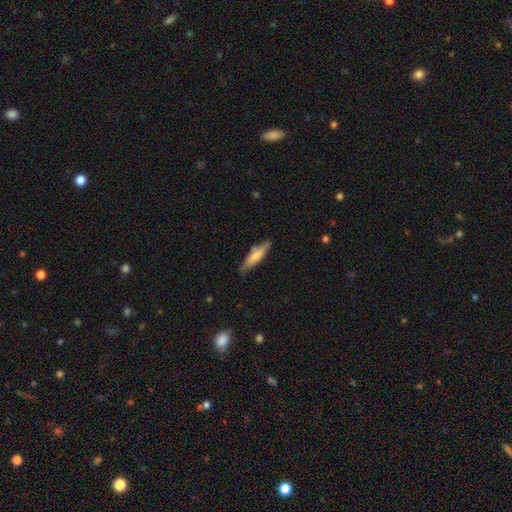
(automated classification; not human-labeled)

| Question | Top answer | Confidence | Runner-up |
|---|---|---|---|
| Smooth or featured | smooth | 70% | featured or disk (24%) |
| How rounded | cigar-shaped | 70% | in between (29%) |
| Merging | none | 77% | minor disturbance (18%) |